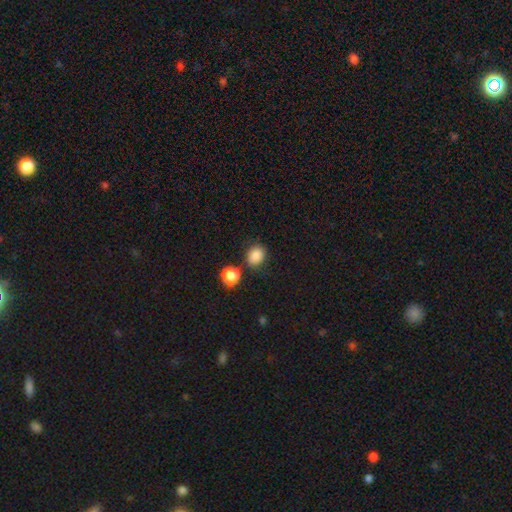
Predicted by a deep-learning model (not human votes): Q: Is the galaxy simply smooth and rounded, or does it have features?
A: smooth — 85%.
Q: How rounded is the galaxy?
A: round — 56%.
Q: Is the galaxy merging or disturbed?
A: none — 76%.